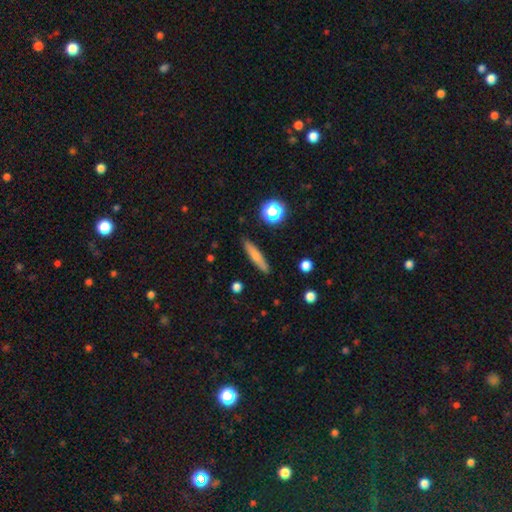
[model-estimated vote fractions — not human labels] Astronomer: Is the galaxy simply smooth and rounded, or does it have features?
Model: smooth — 69%.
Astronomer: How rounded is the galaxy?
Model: cigar-shaped — 87%.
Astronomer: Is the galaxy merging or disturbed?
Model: none — 88%.